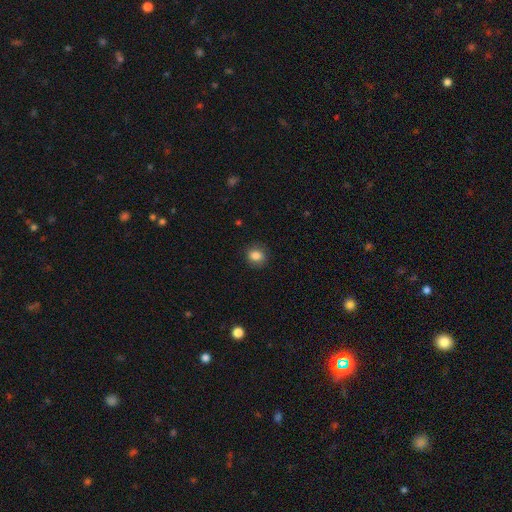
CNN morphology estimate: Smooth or featured: smooth — 84% (star or artifact — 10%)
How rounded: round — 71% (in between — 28%)
Merging: none — 86% (minor disturbance — 10%)